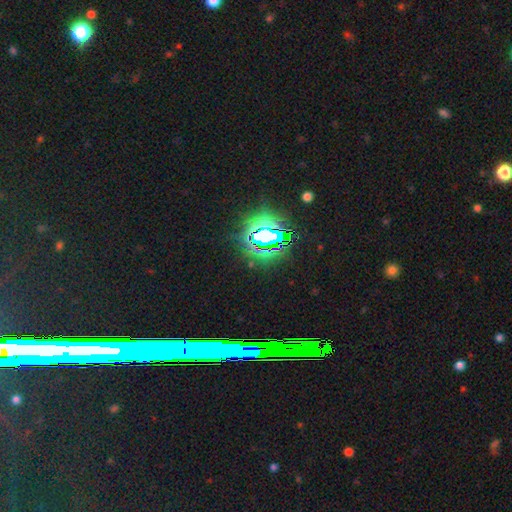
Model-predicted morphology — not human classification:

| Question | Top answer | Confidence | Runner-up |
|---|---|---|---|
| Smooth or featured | star or artifact | 78% | smooth (12%) |